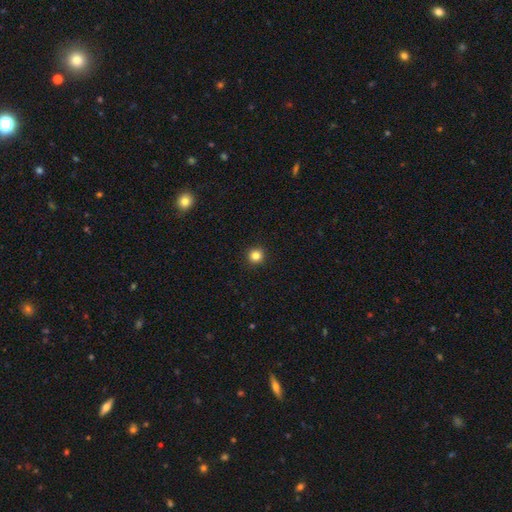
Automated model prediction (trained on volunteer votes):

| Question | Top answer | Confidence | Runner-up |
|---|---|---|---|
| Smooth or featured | smooth | 83% | star or artifact (12%) |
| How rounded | round | 95% | in between (4%) |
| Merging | none | 94% | minor disturbance (4%) |